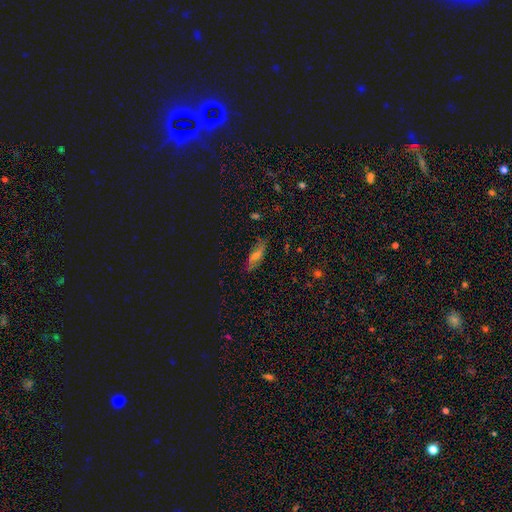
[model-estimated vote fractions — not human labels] Smooth or featured?
  - smooth: 38% *
  - featured or disk: 36%
  - star or artifact: 25%
Merging?
  - none: 78% *
  - minor disturbance: 16%
  - major disturbance: 5%
  - merger: 2%